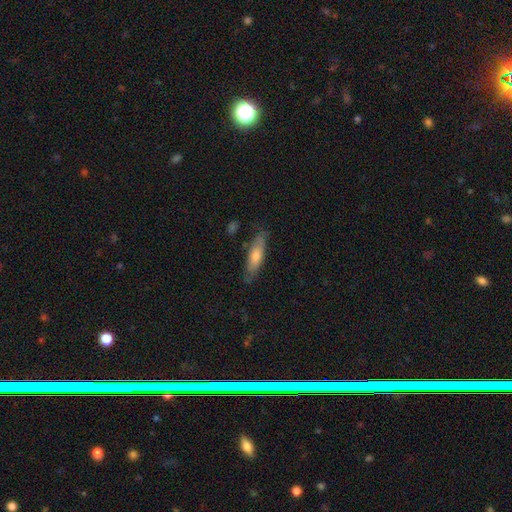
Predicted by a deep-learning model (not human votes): This appears to be a smooth galaxy with no disk features (60%) that is cigar-shaped (65%). Merging: none (77%).